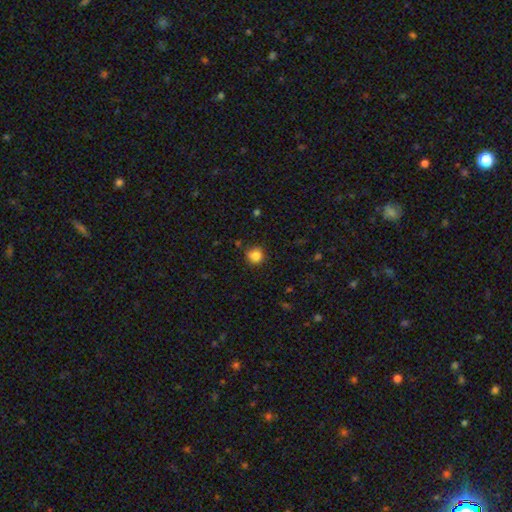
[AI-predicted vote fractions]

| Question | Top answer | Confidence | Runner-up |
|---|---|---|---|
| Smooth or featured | smooth | 84% | star or artifact (11%) |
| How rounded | round | 88% | in between (11%) |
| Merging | none | 78% | minor disturbance (16%) |